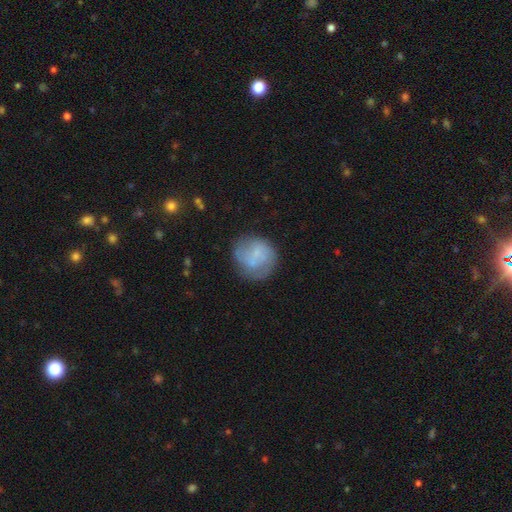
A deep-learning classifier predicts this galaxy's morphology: Smooth or featured? Predicted: smooth (p=0.49). Merging? Predicted: none (p=0.59).